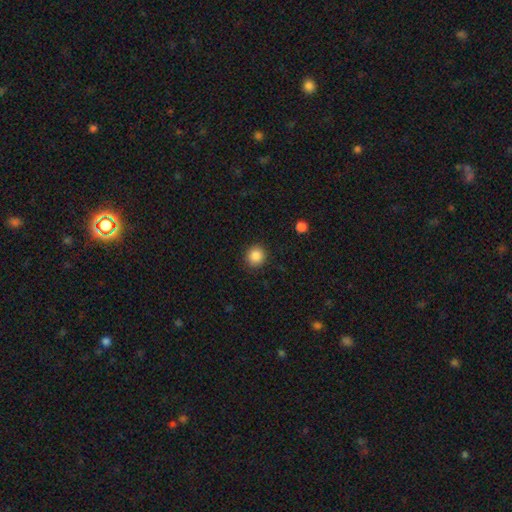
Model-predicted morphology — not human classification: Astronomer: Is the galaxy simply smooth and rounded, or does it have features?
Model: smooth — 87%.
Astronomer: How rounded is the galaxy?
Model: round — 91%.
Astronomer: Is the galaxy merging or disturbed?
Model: none — 91%.